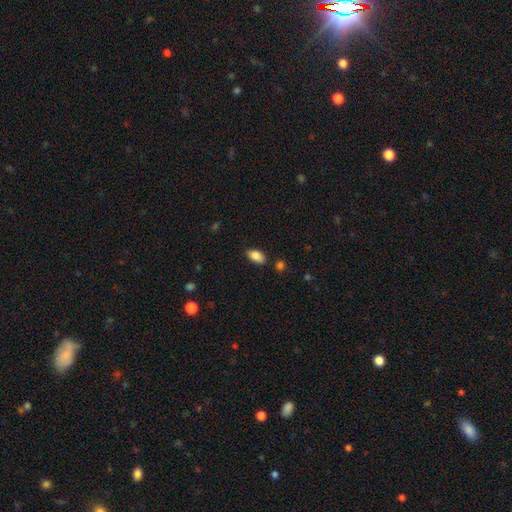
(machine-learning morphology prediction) This appears to be a smooth galaxy with no disk features (86%) that is in between round and cigar-shaped (92%). Merging: none (83%).